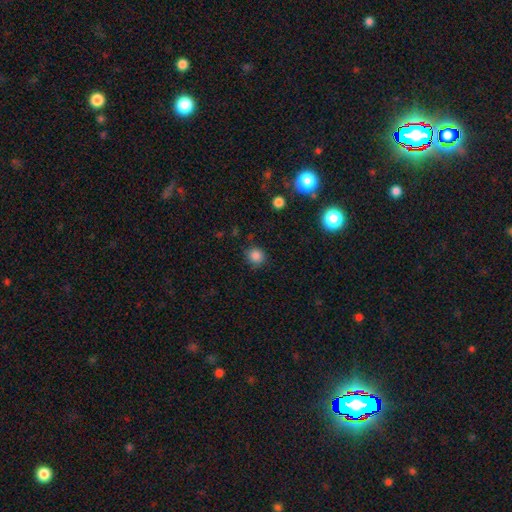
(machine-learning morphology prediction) This is clearly a smooth galaxy (84%). How rounded: clearly round (89%). Merging: clearly none (81%).